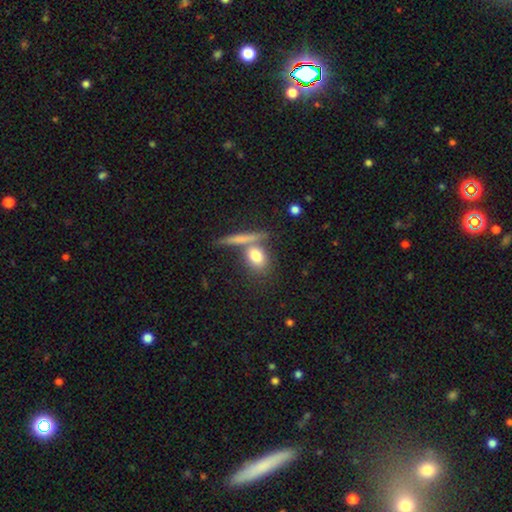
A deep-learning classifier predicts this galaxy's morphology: This appears to be a smooth galaxy with no disk features (76%) that is in between round and cigar-shaped (46%). Merging: none (55%).